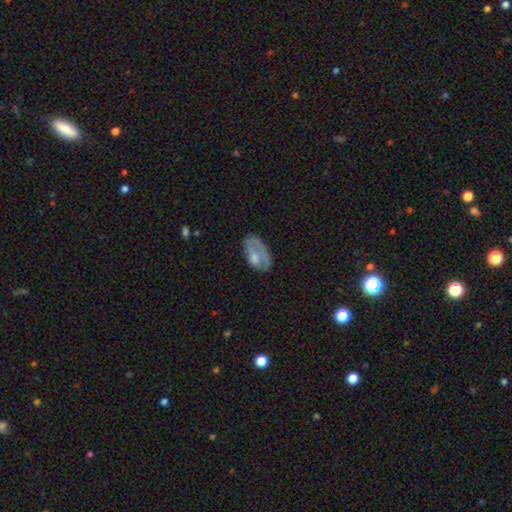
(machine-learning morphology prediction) smooth-or-featured: smooth: 58% | featured or disk: 34% | star or artifact: 8%
  how-rounded: in between: 92% | round: 5% | cigar-shaped: 3%
  merging: none: 42% | minor disturbance: 30% | major disturbance: 24% | merger: 3%